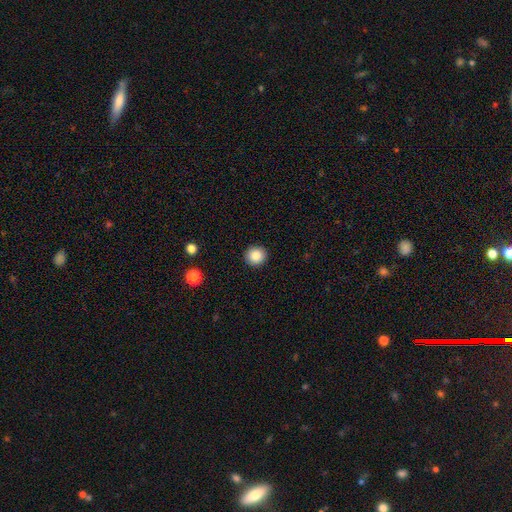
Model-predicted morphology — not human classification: Smooth or featured: smooth — 86% (star or artifact — 9%)
How rounded: round — 94% (in between — 5%)
Merging: none — 93% (minor disturbance — 5%)